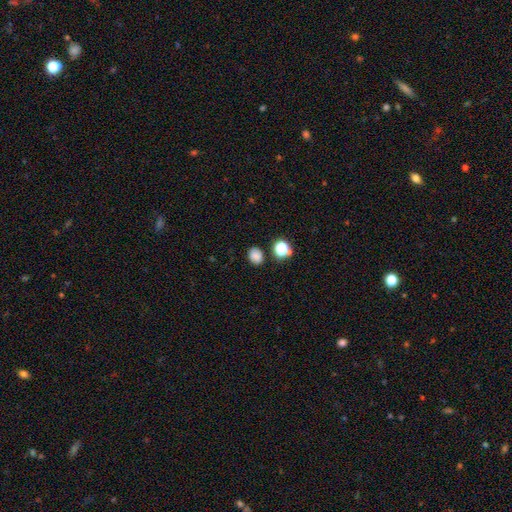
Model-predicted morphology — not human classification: Smooth or featured: smooth — 80% (star or artifact — 15%)
How rounded: in between — 52% (round — 48%)
Merging: none — 81% (minor disturbance — 11%)